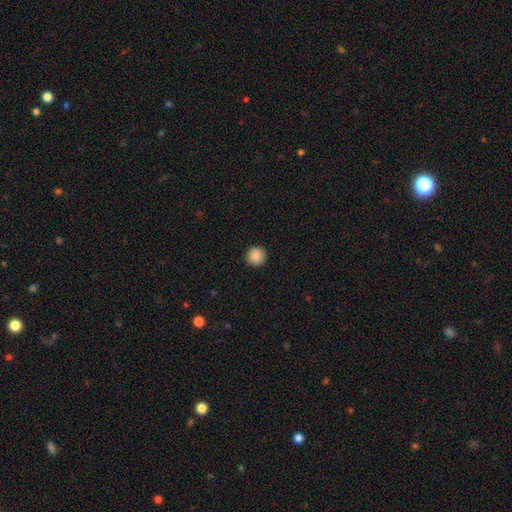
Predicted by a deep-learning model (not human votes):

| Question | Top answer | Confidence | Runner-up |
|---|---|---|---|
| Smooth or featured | smooth | 88% | star or artifact (9%) |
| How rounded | round | 95% | in between (4%) |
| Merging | none | 92% | minor disturbance (5%) |